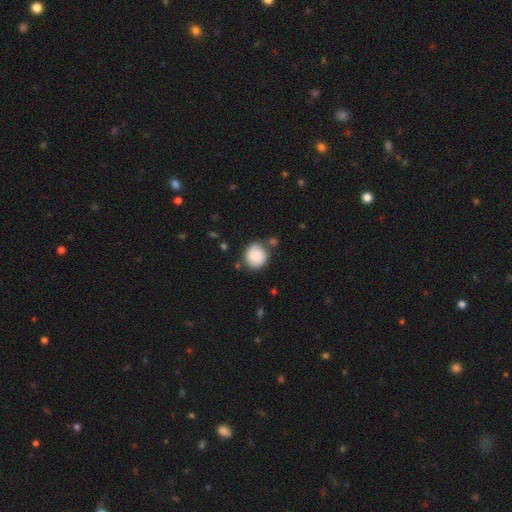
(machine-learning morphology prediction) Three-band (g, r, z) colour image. It shows a smooth galaxy with no disk features (74%) that is round (81%). Merging: none (64%).